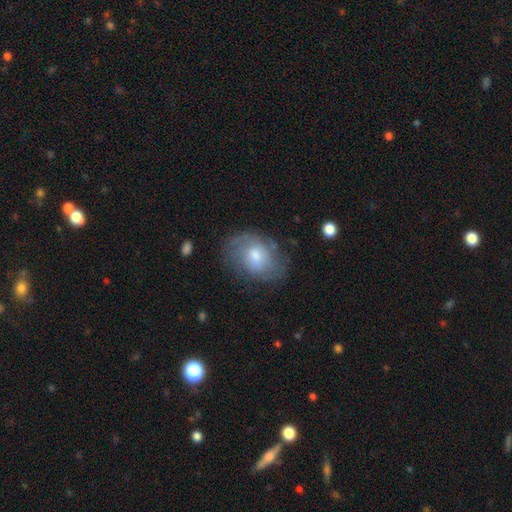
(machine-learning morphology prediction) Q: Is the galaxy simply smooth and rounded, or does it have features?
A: smooth — 49%.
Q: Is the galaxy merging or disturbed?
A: none — 65%.